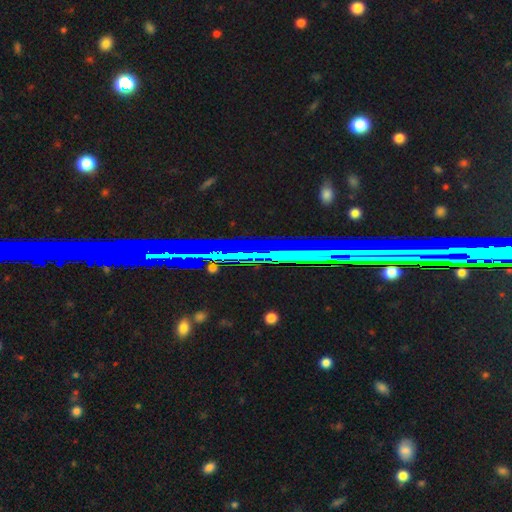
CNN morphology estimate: Overall: star or artifact (78%).